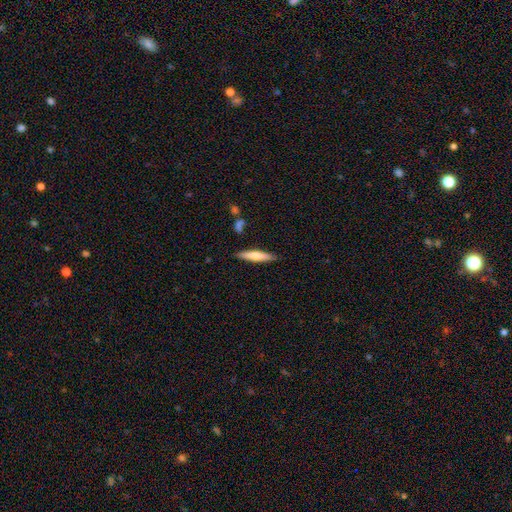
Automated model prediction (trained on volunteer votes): A smooth galaxy with no disk features (61%) that is cigar-shaped (85%). Merging: none (86%).